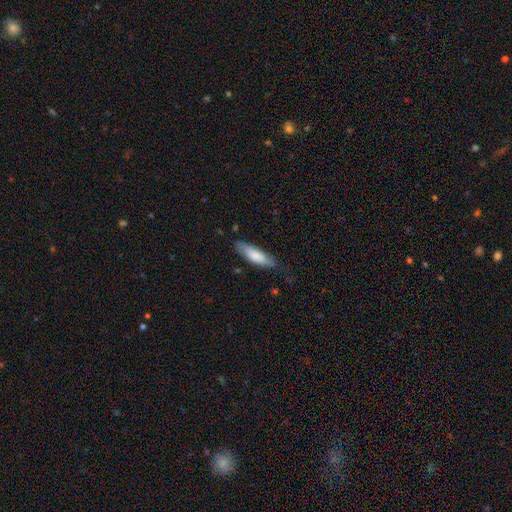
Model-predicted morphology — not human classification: smooth_or_featured: smooth (p=0.77) [alt: featured or disk p=0.17]
how_rounded: cigar-shaped (p=0.55) [alt: in between p=0.43]
merging: none (p=0.72) [alt: minor disturbance p=0.22]